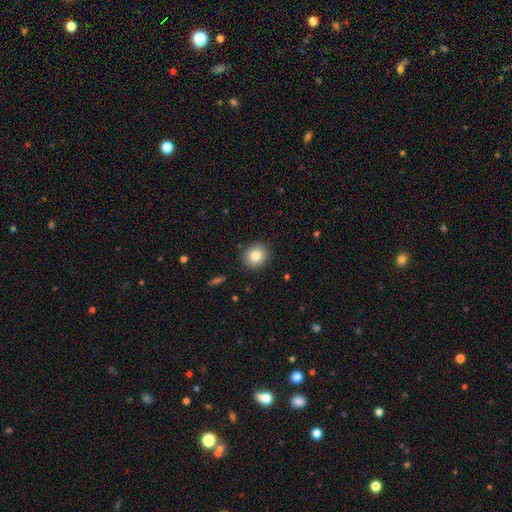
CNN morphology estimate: Smooth or featured: smooth — 82% (star or artifact — 10%)
How rounded: round — 78% (in between — 21%)
Merging: none — 89% (minor disturbance — 7%)